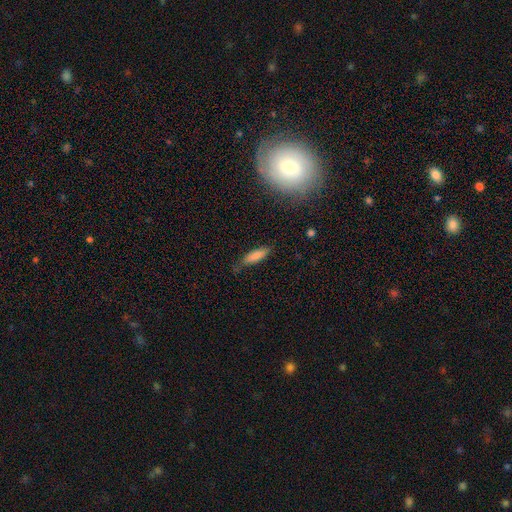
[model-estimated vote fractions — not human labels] smooth 81%, featured or disk 12%, star or artifact 8%. Down the decision tree: how rounded — cigar-shaped (53%); merging — none (70%).